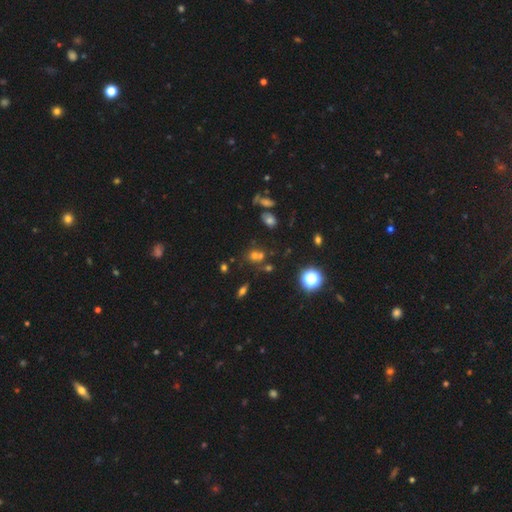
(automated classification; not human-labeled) smooth_or_featured: smooth (p=0.52) [alt: star or artifact p=0.35]
how_rounded: round (p=0.74) [alt: in between p=0.24]
merging: none (p=0.51) [alt: merger p=0.33]